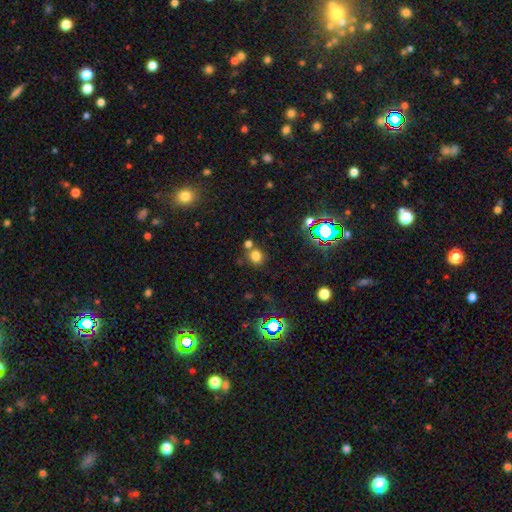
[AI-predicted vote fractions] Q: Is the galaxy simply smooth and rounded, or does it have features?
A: smooth — 73%.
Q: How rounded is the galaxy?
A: round — 84%.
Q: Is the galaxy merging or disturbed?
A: none — 68%.